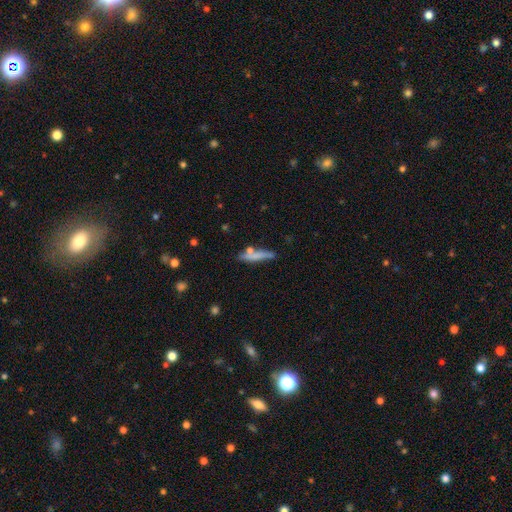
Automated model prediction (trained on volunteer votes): The model was most divided on "smooth or featured": smooth: 67%, featured or disk: 26%, star or artifact: 7%. More confident: how rounded — cigar-shaped (86%); merging — none (65%).